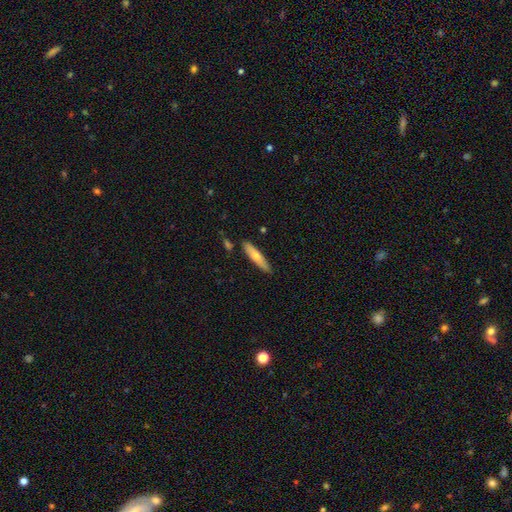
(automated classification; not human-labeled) A smooth galaxy with no disk features (65%) that is cigar-shaped (84%).

Vote fractions:
- Smooth or featured? smooth: 65% / featured or disk: 29% / star or artifact: 6%
- How rounded? cigar-shaped: 84% / in between: 15% / round: 2%
- Merging? none: 83% / minor disturbance: 11% / merger: 4% / major disturbance: 2%